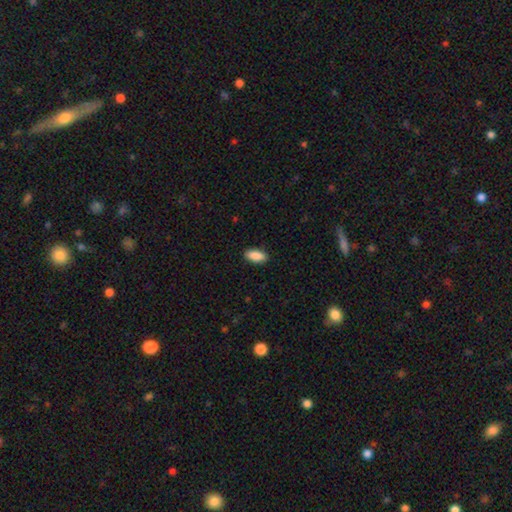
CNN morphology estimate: smooth 90%, star or artifact 6%, featured or disk 3%. Down the decision tree: how rounded — in between (89%); merging — none (89%).